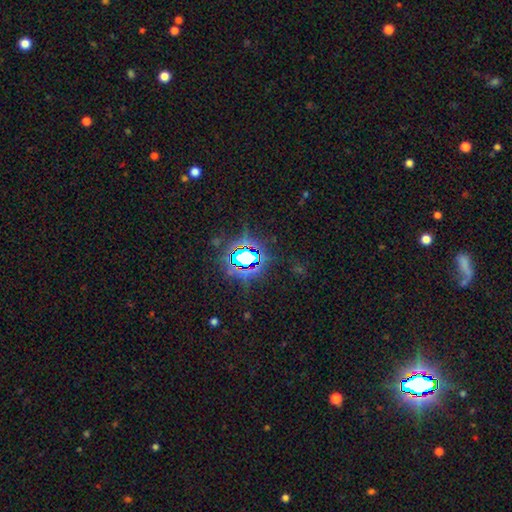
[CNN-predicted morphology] star or artifact 82%, smooth 11%, featured or disk 7%.